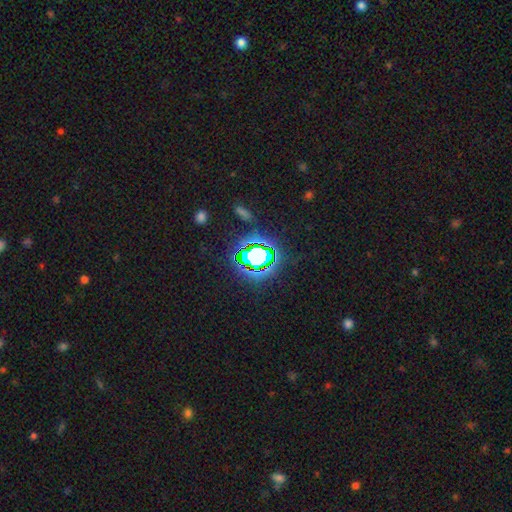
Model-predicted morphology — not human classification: This appears to be a star or artifact, not a galaxy (66%).